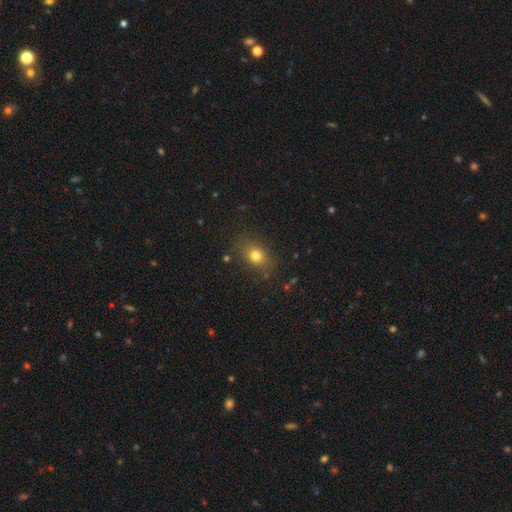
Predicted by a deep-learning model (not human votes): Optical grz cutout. It shows a smooth galaxy with no disk features (76%) that is in between round and cigar-shaped (59%). Merging: none (83%).